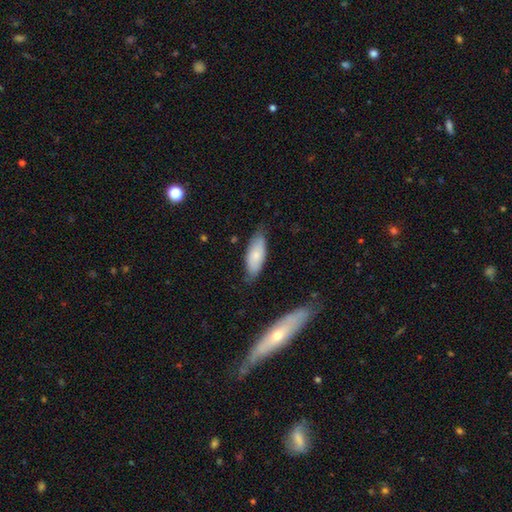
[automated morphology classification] smooth_or_featured: smooth (p=0.74) [alt: featured or disk p=0.20]
how_rounded: in between (p=0.77) [alt: cigar-shaped p=0.21]
merging: none (p=0.72) [alt: minor disturbance p=0.22]